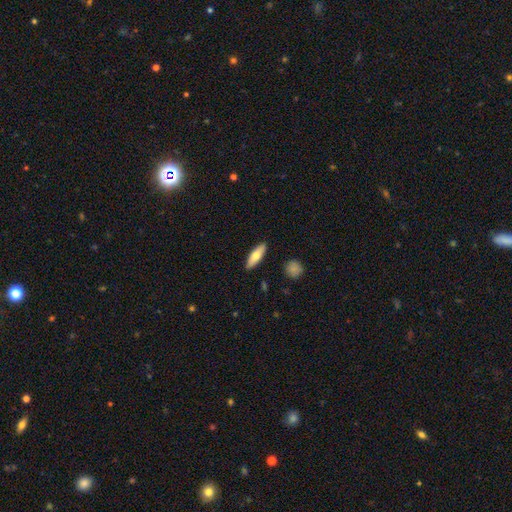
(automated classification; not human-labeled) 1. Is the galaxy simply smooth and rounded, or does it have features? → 69% smooth, 26% featured or disk, 6% star or artifact.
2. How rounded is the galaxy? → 49% cigar-shaped (tied), 49% in between (tied), 2% round.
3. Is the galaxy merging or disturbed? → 89% none, 8% minor disturbance, 2% major disturbance, 1% merger.